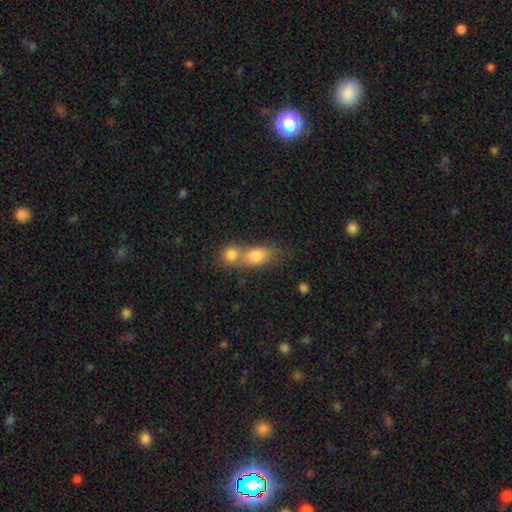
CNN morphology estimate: smooth-or-featured: smooth: 77% | featured or disk: 14% | star or artifact: 9%
  how-rounded: in between: 67% | round: 24% | cigar-shaped: 9%
  merging: merger: 61% | none: 28% | minor disturbance: 7% | major disturbance: 4%